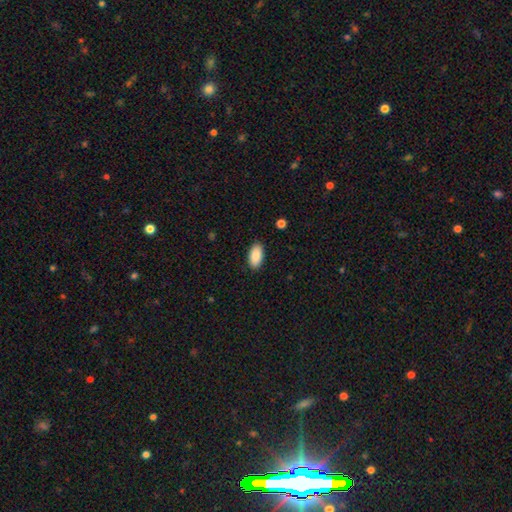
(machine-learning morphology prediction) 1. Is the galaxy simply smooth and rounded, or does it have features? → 88% smooth, 7% star or artifact, 5% featured or disk.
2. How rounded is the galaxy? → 94% in between, 4% cigar-shaped, 3% round.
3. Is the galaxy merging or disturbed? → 89% none, 8% minor disturbance, 2% major disturbance, 1% merger.